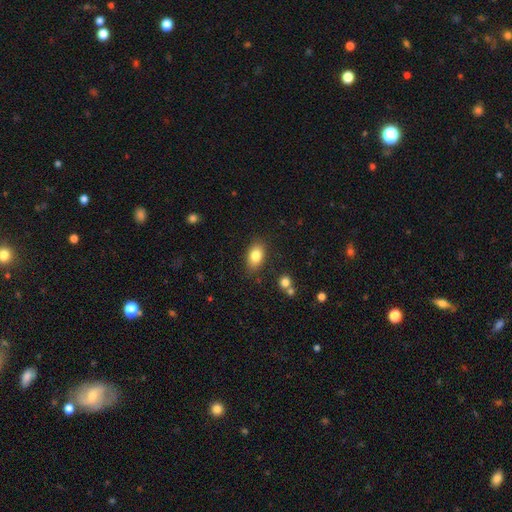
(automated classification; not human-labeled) Smooth or featured: smooth — 83% (featured or disk — 9%)
How rounded: in between — 88% (round — 9%)
Merging: none — 83% (minor disturbance — 12%)